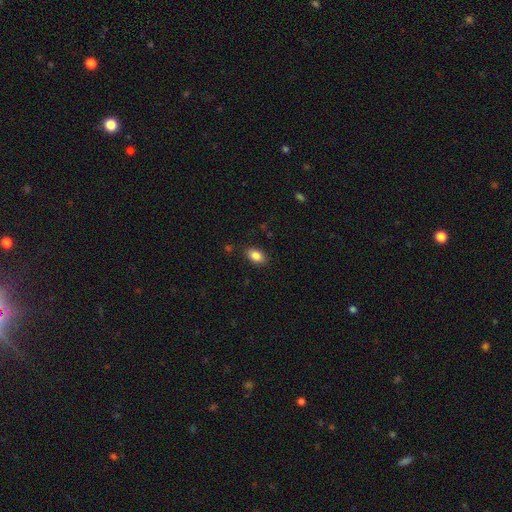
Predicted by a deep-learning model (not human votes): This appears to be a smooth galaxy with no disk features (85%) that is in between round and cigar-shaped (89%). Merging: none (85%).